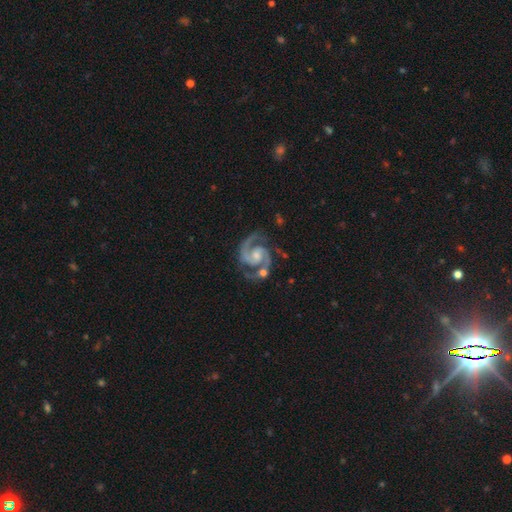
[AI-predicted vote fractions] Q: Smooth or featured?
A: featured or disk (93%); runner-up: star or artifact (4%)
Q: Edge-on disk?
A: no (98%); runner-up: yes (2%)
Q: Bar?
A: no (55%); runner-up: weak (35%)
Q: Spiral arms?
A: yes (99%); runner-up: no (1%)
Q: Spiral winding?
A: medium (55%); runner-up: tight (39%)
Q: Spiral arm count?
A: 2 (93%); runner-up: 3 (3%)
Q: Bulge size?
A: moderate (44%); runner-up: small (42%)
Q: Merging?
A: none (70%); runner-up: minor disturbance (17%)